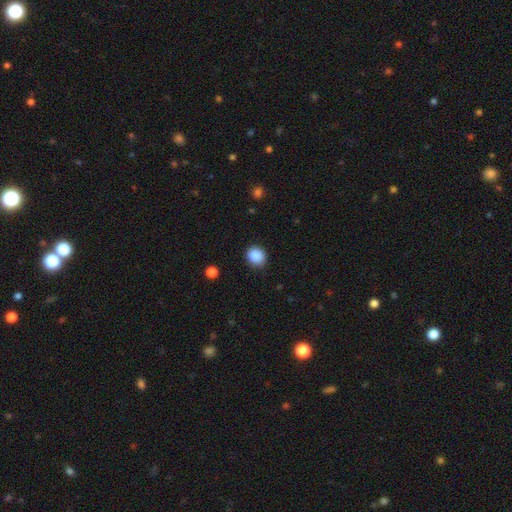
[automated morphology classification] Smooth or featured: smooth — 88% (star or artifact — 9%)
How rounded: round — 72% (in between — 27%)
Merging: none — 87% (minor disturbance — 10%)